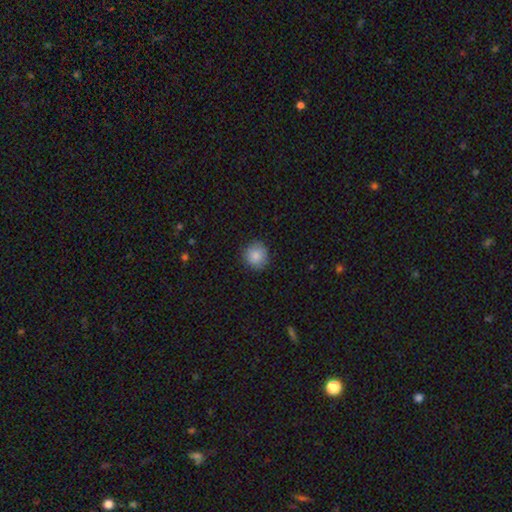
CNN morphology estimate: Smooth or featured: smooth — 88% (star or artifact — 8%)
How rounded: round — 90% (in between — 9%)
Merging: none — 87% (minor disturbance — 9%)